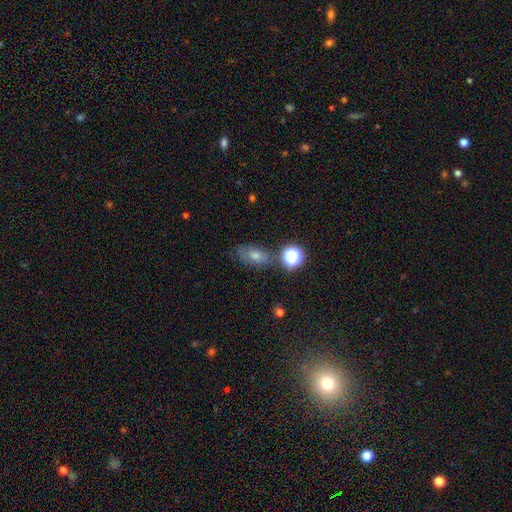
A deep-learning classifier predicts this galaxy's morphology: type=smooth (47%); merging=none (70%).